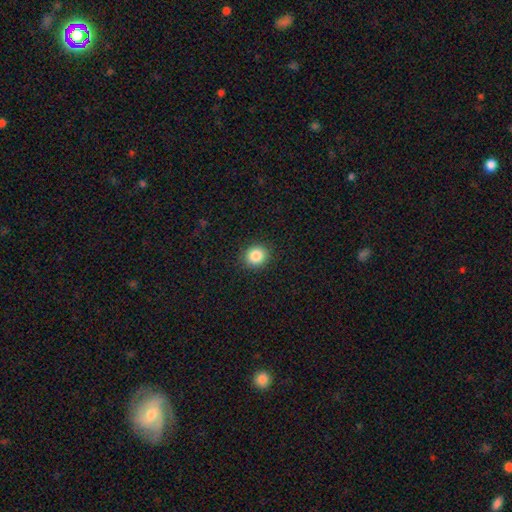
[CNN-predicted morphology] The model was most divided on "how rounded": round: 83%, in between: 16%, cigar-shaped: 1%. More confident: merging — none (90%); smooth or featured — smooth (86%).